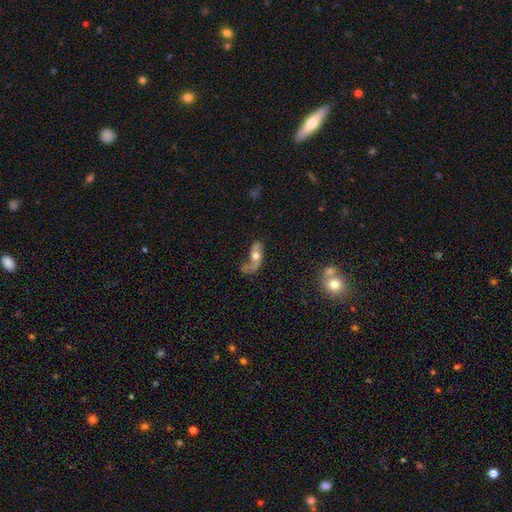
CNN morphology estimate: Smooth or featured: smooth — 47% (featured or disk — 45%)
Merging: major disturbance — 37% (none — 26%)